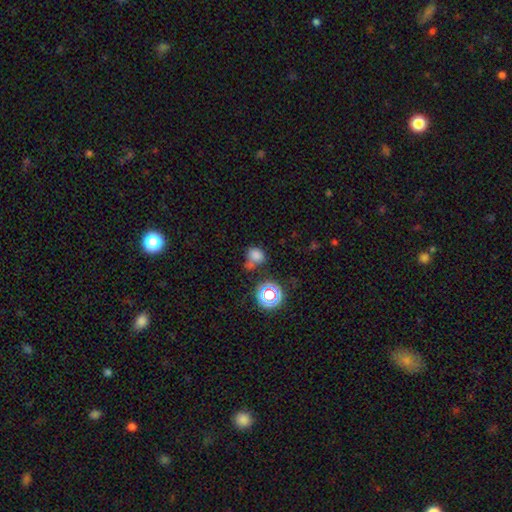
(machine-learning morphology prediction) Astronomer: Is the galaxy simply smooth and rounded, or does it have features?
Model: smooth — 73%.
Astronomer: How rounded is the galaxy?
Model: round — 61% (runner-up: in between, 38%).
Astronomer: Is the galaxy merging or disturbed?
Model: none — 50% (runner-up: merger, 26%).